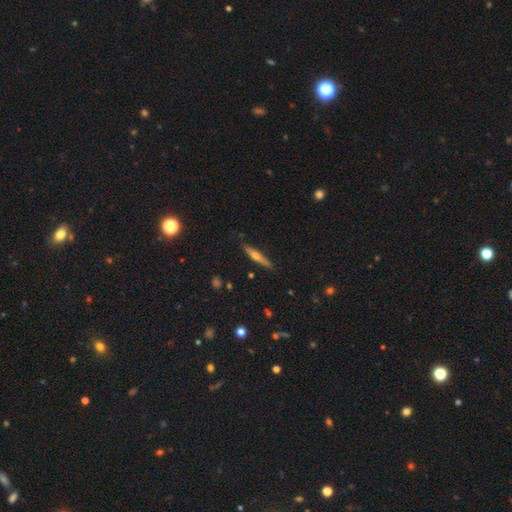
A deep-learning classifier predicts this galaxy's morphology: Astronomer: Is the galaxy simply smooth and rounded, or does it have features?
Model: featured or disk — 54% (runner-up: smooth, 39%).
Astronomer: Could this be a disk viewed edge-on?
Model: yes — 95%.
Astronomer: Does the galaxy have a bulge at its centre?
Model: rounded — 87%.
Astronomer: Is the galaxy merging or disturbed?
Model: none — 87%.